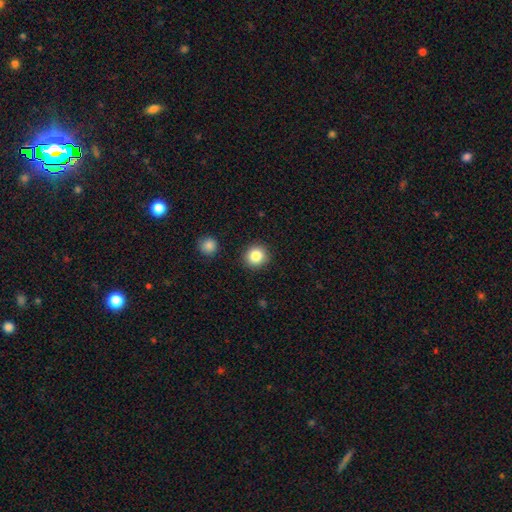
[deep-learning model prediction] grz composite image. It shows a smooth galaxy with no disk features (84%) that is round (91%). Merging: none (90%).